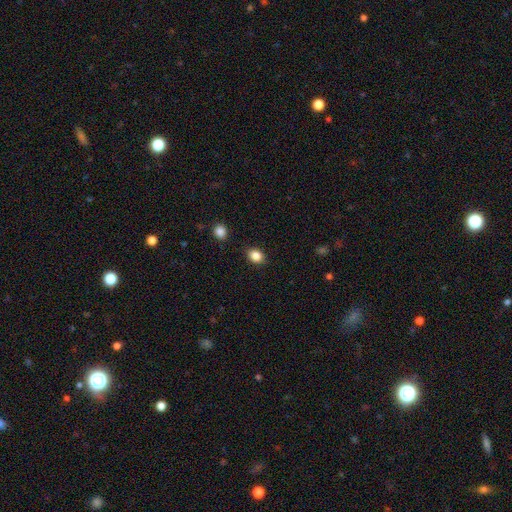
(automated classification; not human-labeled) smooth 86%, star or artifact 10%, featured or disk 4%. Down the decision tree: how rounded — in between (54%); merging — none (87%).